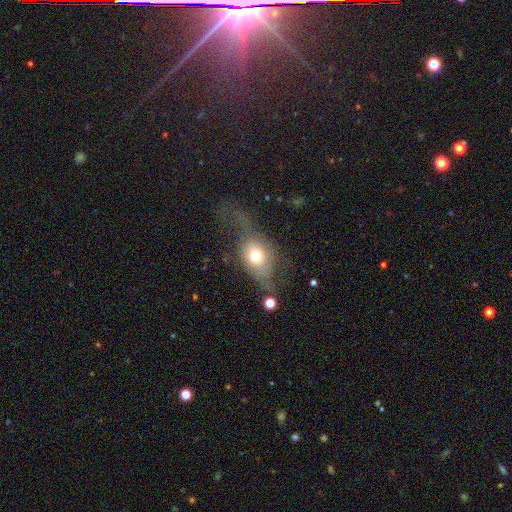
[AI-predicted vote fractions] Smooth or featured? Predicted: smooth (p=0.57). How rounded? Predicted: in between (p=0.61). Merging? Predicted: major disturbance (p=0.50).